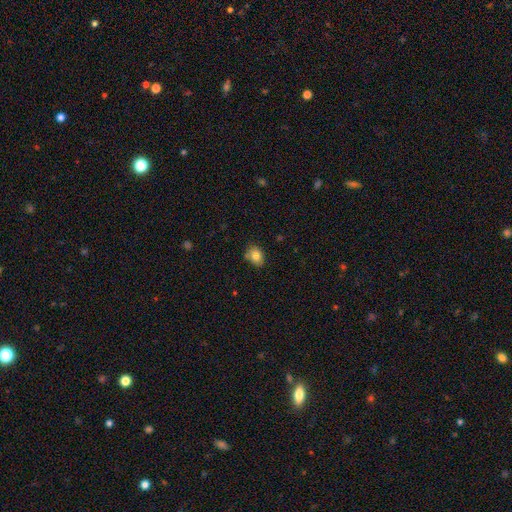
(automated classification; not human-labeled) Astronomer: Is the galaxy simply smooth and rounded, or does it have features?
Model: smooth — 81%.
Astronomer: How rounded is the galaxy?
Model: in between — 51% (runner-up: round, 48%).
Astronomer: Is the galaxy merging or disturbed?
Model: none — 72%.